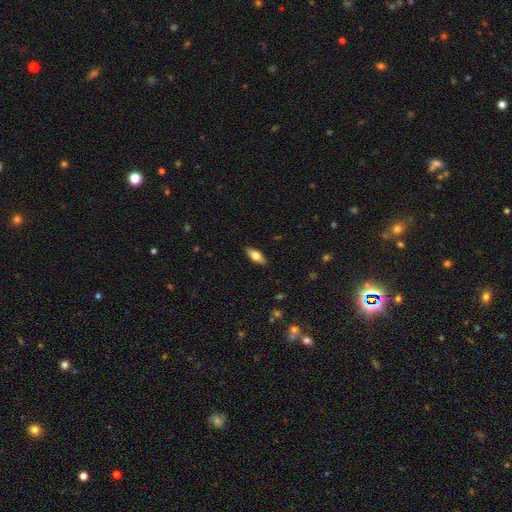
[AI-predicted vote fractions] Smooth or featured: smooth — 67% (featured or disk — 27%)
How rounded: in between — 76% (cigar-shaped — 21%)
Merging: none — 88% (minor disturbance — 9%)